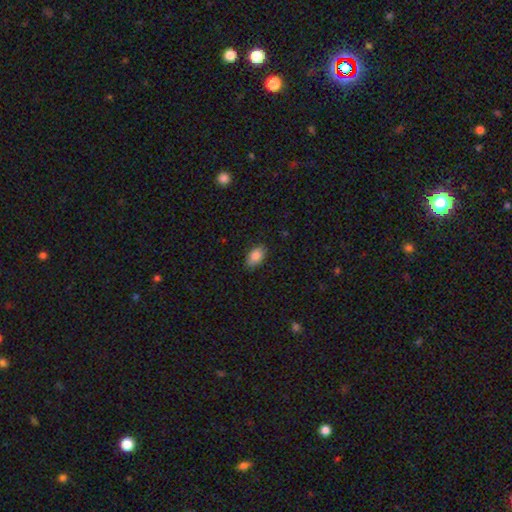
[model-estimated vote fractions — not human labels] Q: Smooth or featured?
A: smooth (86%); runner-up: star or artifact (8%)
Q: How rounded?
A: in between (91%); runner-up: round (7%)
Q: Merging?
A: none (85%); runner-up: minor disturbance (11%)